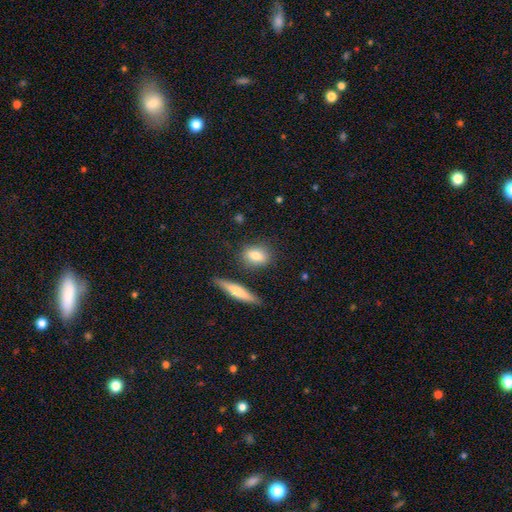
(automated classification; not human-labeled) This appears to be a smooth galaxy with no disk features (79%) that is in between round and cigar-shaped (64%). Merging: none (80%).